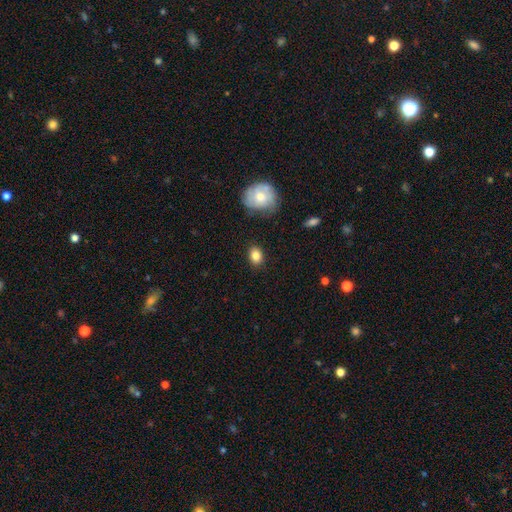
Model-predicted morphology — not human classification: smooth-or-featured: smooth: 84% | star or artifact: 9% | featured or disk: 7%
  how-rounded: in between: 57% | round: 42% | cigar-shaped: 1%
  merging: none: 85% | minor disturbance: 10% | major disturbance: 3% | merger: 2%